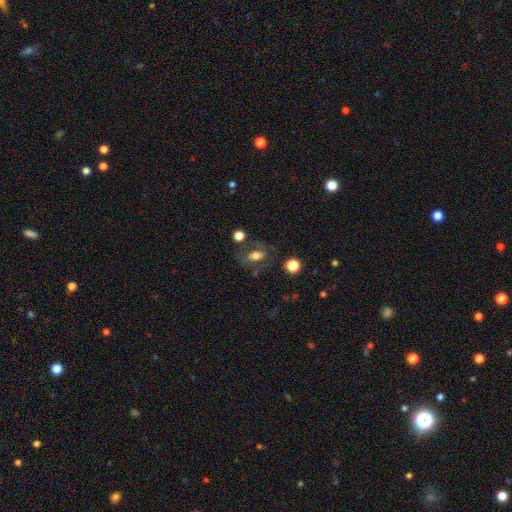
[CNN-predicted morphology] Q: Smooth or featured?
A: smooth (53%); runner-up: featured or disk (36%)
Q: How rounded?
A: in between (80%); runner-up: round (16%)
Q: Merging?
A: none (62%); runner-up: minor disturbance (18%)